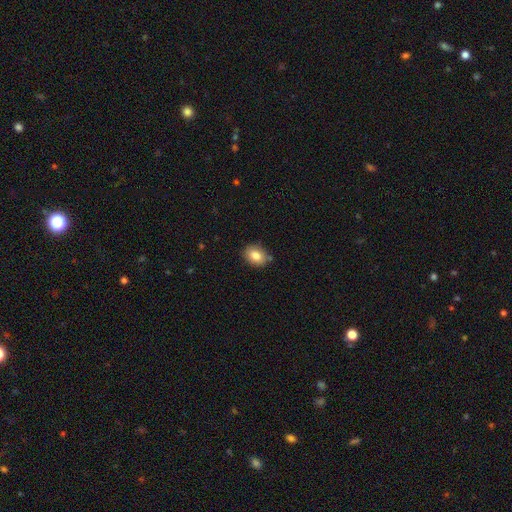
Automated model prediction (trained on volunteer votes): Smooth or featured? smooth (82%)
How rounded? in between (64%)
Merging? none (81%)